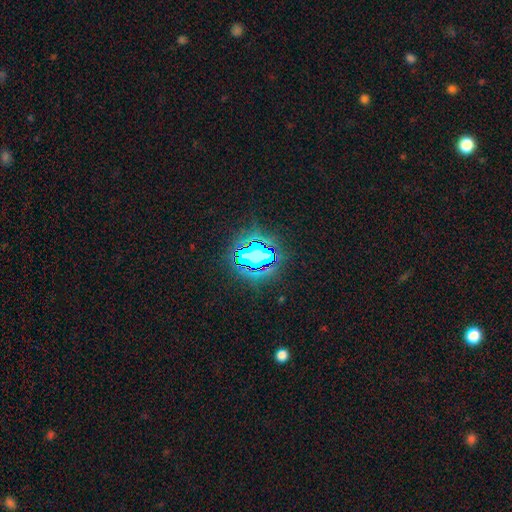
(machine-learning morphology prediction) A star or artifact, not a galaxy (63%).

Vote fractions:
- Smooth or featured? star or artifact: 63% / smooth: 25% / featured or disk: 12%